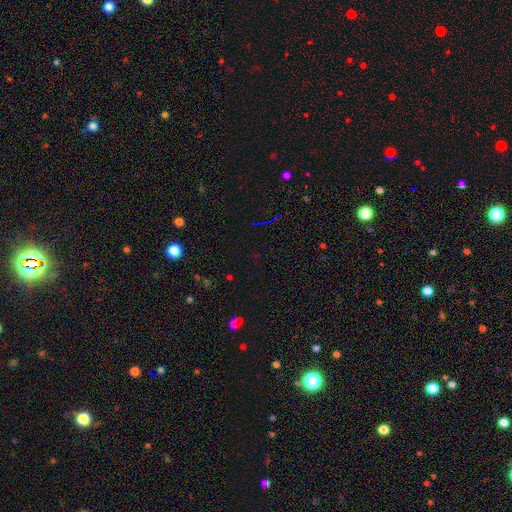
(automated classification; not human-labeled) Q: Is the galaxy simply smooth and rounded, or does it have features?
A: star or artifact — 73%.